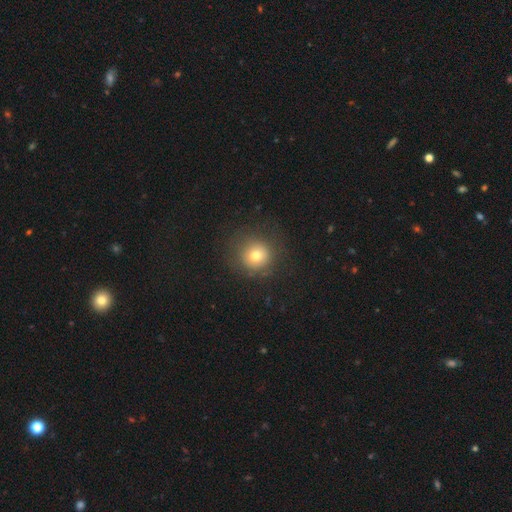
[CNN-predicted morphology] smooth_or_featured: smooth (p=0.73) [alt: star or artifact p=0.15]
how_rounded: round (p=0.92) [alt: in between p=0.07]
merging: none (p=0.81) [alt: minor disturbance p=0.11]